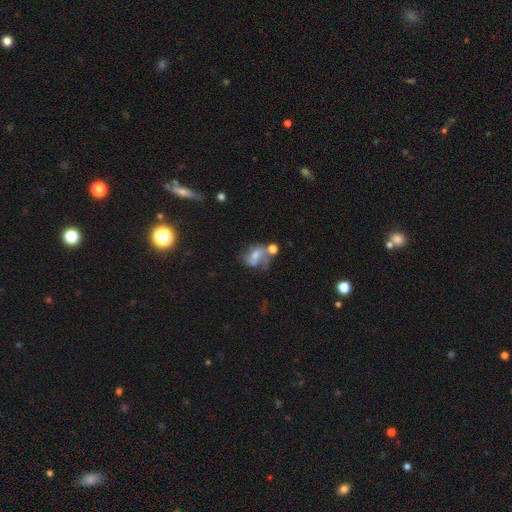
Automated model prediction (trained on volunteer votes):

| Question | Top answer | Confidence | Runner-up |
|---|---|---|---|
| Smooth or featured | featured or disk | 46% | smooth (42%) |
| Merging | none | 33% | merger (26%) |